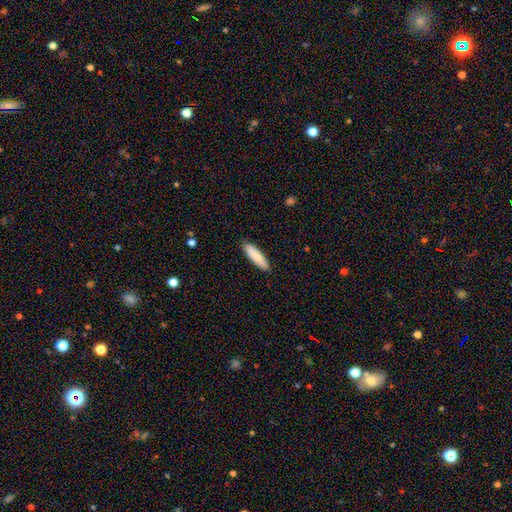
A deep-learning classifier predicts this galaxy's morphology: type=smooth (86%); roundness=cigar-shaped (72%); merging=none (88%).